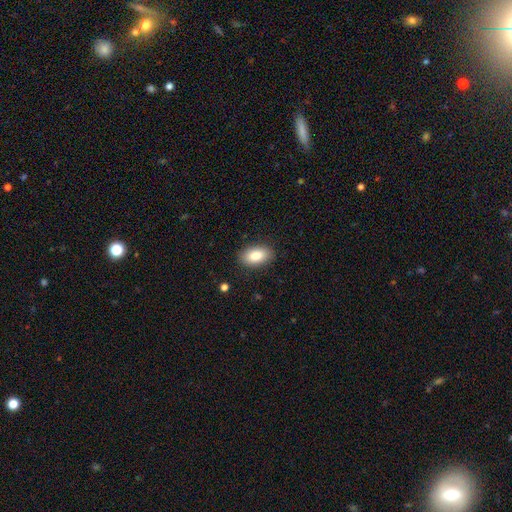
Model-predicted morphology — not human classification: Smooth or featured: smooth — 86% (featured or disk — 7%)
How rounded: in between — 93% (round — 5%)
Merging: none — 87% (minor disturbance — 9%)